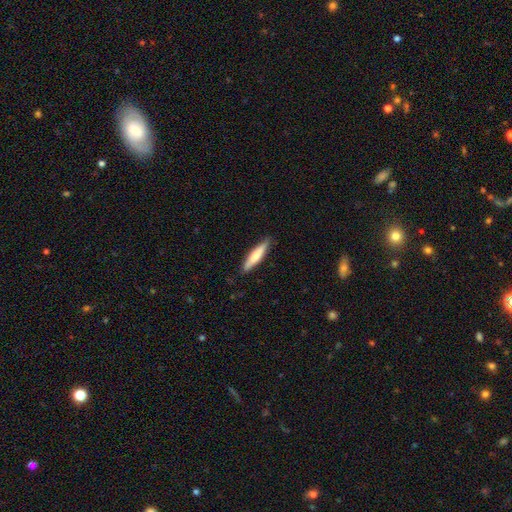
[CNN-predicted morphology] A smooth galaxy with no disk features (68%) that is cigar-shaped (84%).

Vote fractions:
- Smooth or featured? smooth: 68% / featured or disk: 27% / star or artifact: 5%
- How rounded? cigar-shaped: 84% / in between: 15% / round: 1%
- Merging? none: 86% / minor disturbance: 11% / major disturbance: 2% / merger: 1%